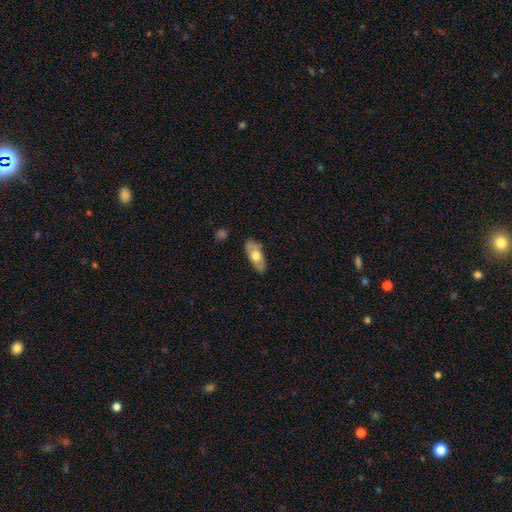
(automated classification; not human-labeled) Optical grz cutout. It shows a smooth galaxy with no disk features (56%) that is in between round and cigar-shaped (84%). Merging: none (81%).